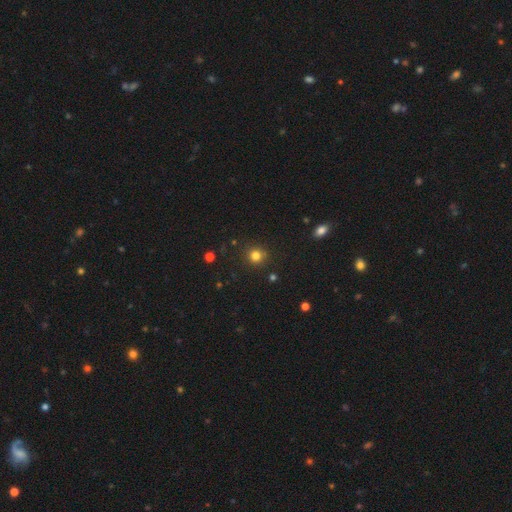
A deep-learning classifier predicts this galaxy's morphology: Smooth or featured?
  - smooth: 80% *
  - star or artifact: 15%
  - featured or disk: 5%
How rounded?
  - round: 91% *
  - in between: 8%
  - cigar-shaped: 1%
Merging?
  - none: 88% *
  - minor disturbance: 7%
  - major disturbance: 2%
  - merger: 2%